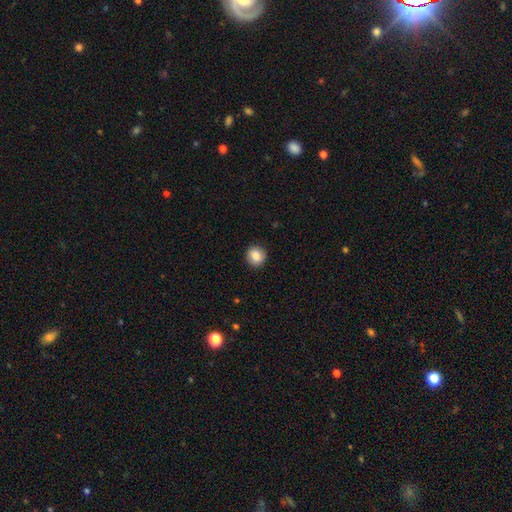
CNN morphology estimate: A smooth galaxy with no disk features (85%) that is round (90%).

Vote fractions:
- Smooth or featured? smooth: 85% / star or artifact: 9% / featured or disk: 7%
- How rounded? round: 90% / in between: 9% / cigar-shaped: 1%
- Merging? none: 91% / minor disturbance: 6% / major disturbance: 2% / merger: 1%